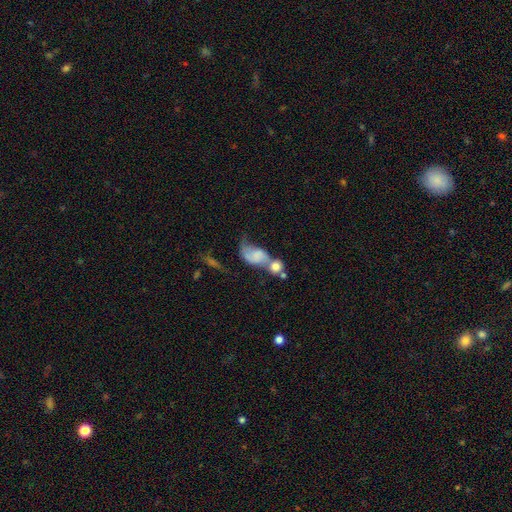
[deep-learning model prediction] smooth 56%, featured or disk 35%, star or artifact 9%. Down the decision tree: how rounded — in between (74%); merging — merger (62%).